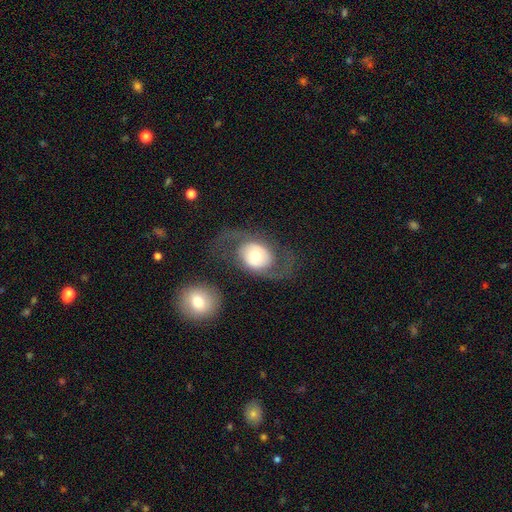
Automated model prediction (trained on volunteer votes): A featured or disk galaxy (61%) with no bar (76%), spiral arms (62%) and a moderate central bulge (63%).

Vote fractions:
- Smooth or featured? featured or disk: 61% / smooth: 33% / star or artifact: 6%
- Edge-on disk? no: 93% / yes: 7%
- Bar? no: 76% / weak: 17% / strong: 7%
- Spiral arms? yes: 62% / no: 38%
- Bulge size? moderate: 63% / large: 23% / small: 9% / dominant: 5% / none: 1%
- Merging? none: 67% / major disturbance: 16% / minor disturbance: 14% / merger: 3%